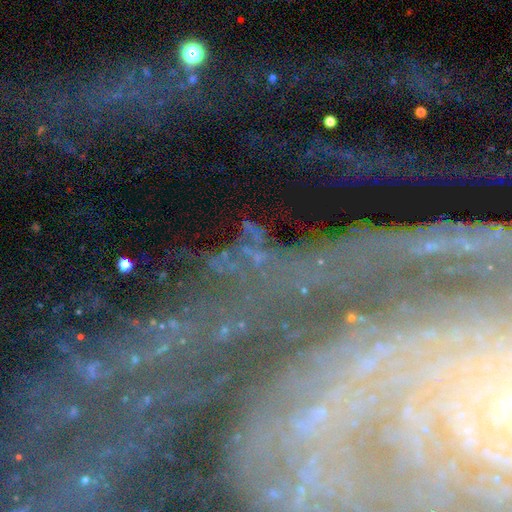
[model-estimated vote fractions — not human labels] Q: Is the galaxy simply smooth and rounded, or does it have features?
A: star or artifact — 66%.